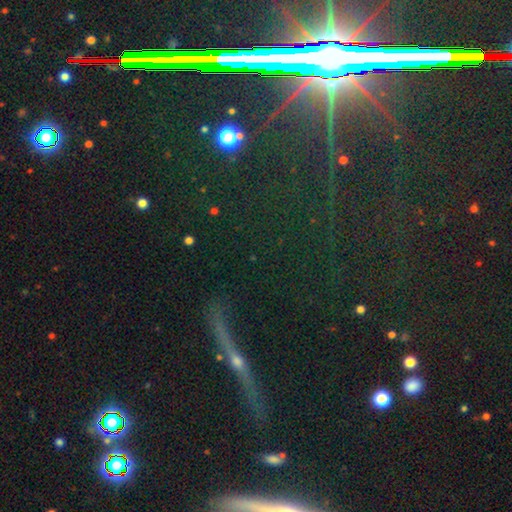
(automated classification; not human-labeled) Morphology: type=star or artifact (68%).